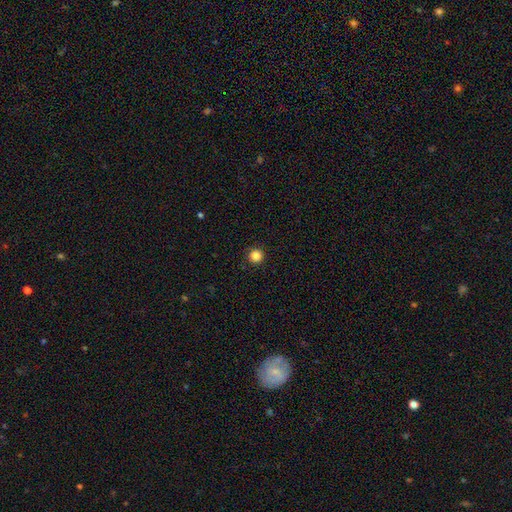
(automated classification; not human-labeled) smooth_or_featured: smooth (p=0.85) [alt: star or artifact p=0.11]
how_rounded: round (p=0.96) [alt: in between p=0.03]
merging: none (p=0.93) [alt: minor disturbance p=0.04]